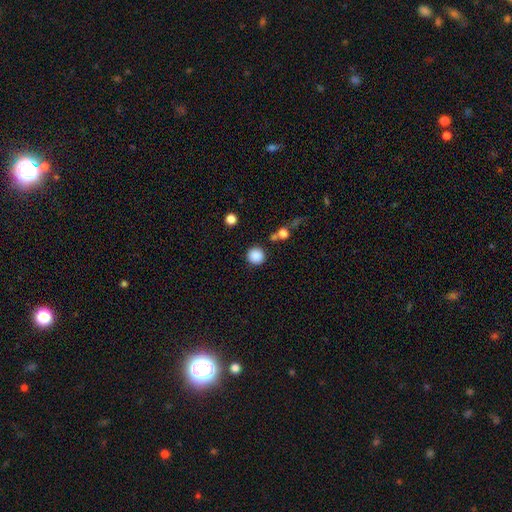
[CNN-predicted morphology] This is clearly a smooth galaxy (87%). How rounded: clearly round (95%). Merging: clearly none (87%).